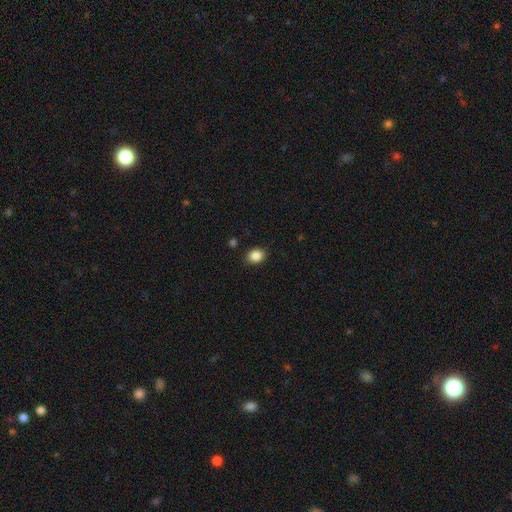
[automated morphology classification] smooth-or-featured: smooth: 87% | star or artifact: 9% | featured or disk: 4%
  how-rounded: in between: 51% | round: 48% | cigar-shaped: 1%
  merging: none: 87% | minor disturbance: 10% | major disturbance: 2% | merger: 1%